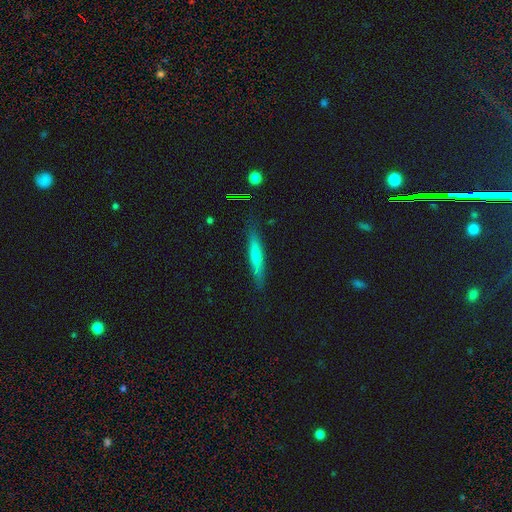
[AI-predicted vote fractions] Overall: featured or disk (48%; smooth 43%). Merging: none (87%).